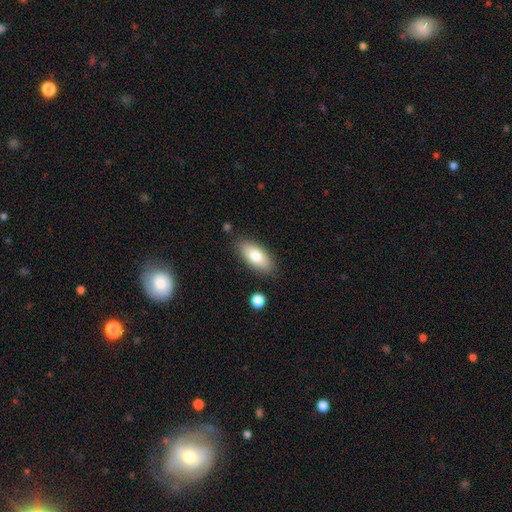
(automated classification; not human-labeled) smooth 75%, featured or disk 18%, star or artifact 7%. Down the decision tree: how rounded — in between (85%); merging — none (84%).